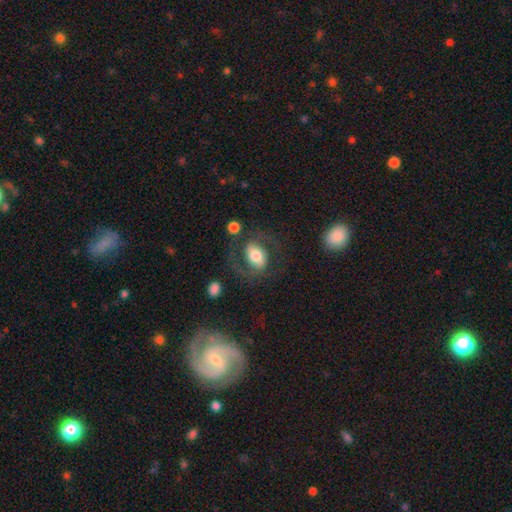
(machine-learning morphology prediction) Smooth or featured? featured or disk (55%)
Edge-on disk? no (95%)
Bar? weak (34%, tied with no)
Spiral arms? yes (78%)
Bulge size? moderate (54%)
Merging? none (65%)